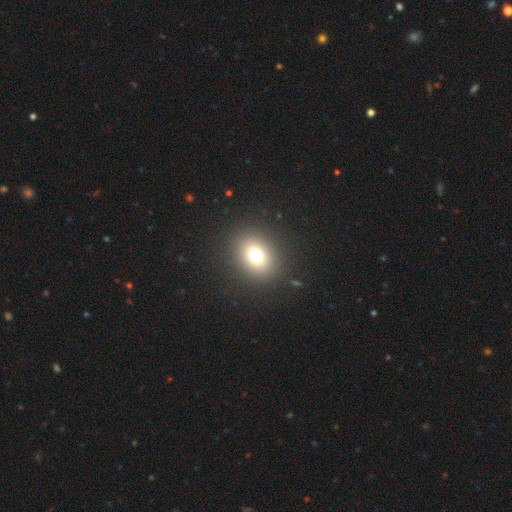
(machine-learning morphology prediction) This is likely a smooth galaxy (73%). How rounded: possibly round (58%). Merging: clearly none (88%).